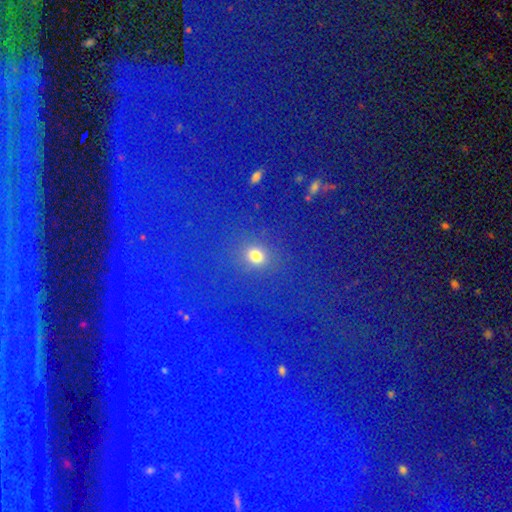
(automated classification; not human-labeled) Smooth or featured? Predicted: smooth (p=0.55). How rounded? Predicted: round (p=0.61). Merging? Predicted: none (p=0.76).